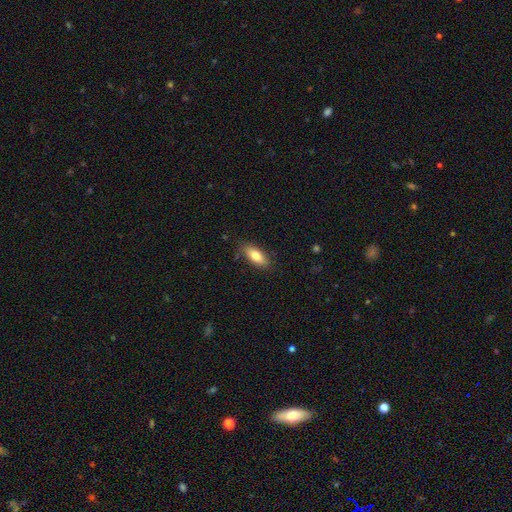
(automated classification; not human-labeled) The model was most divided on "how rounded": in between: 80%, cigar-shaped: 18%, round: 3%. More confident: merging — none (82%); smooth or featured — smooth (79%).